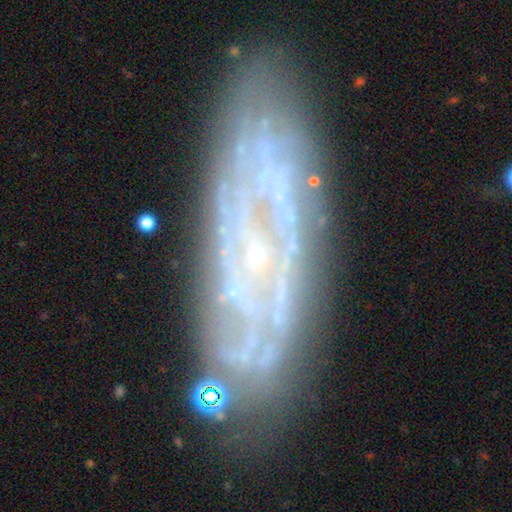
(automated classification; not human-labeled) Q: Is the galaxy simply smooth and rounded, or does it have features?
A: featured or disk — 78%.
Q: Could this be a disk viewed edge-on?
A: no — 84%.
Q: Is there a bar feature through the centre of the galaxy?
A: no — 73%.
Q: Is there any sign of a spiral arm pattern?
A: yes — 76%.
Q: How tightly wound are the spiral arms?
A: tight — 60%.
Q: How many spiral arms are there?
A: can't tell — 51%.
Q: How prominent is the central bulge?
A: small — 78%.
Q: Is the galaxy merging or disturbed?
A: none — 73%.